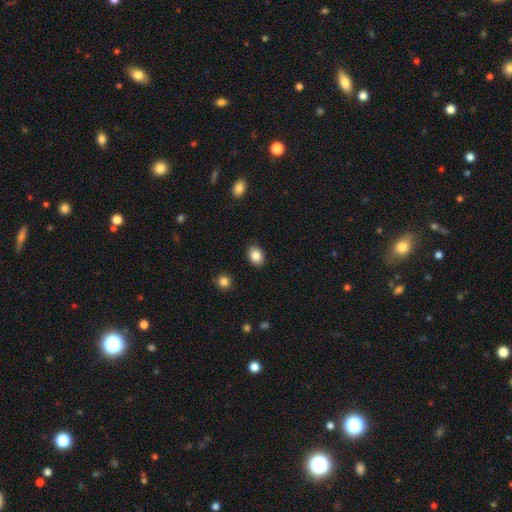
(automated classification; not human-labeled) smooth_or_featured: smooth (p=0.85) [alt: star or artifact p=0.08]
how_rounded: in between (p=0.71) [alt: round p=0.28]
merging: none (p=0.88) [alt: minor disturbance p=0.09]